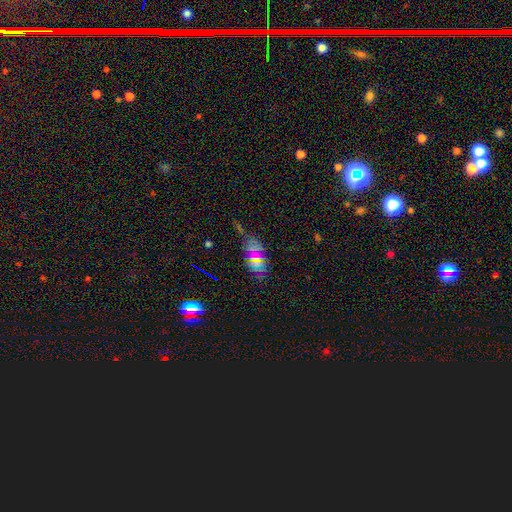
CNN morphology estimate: type=star or artifact (47%).